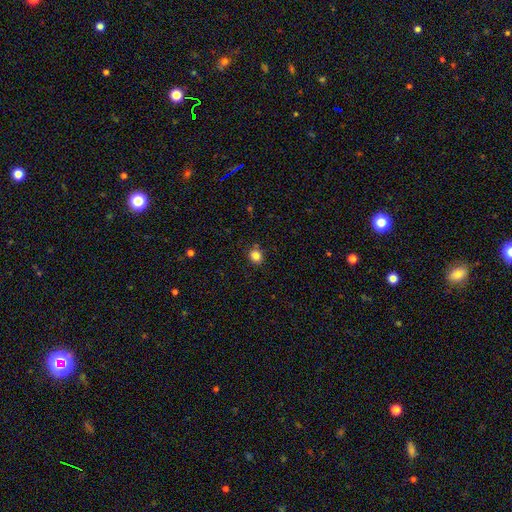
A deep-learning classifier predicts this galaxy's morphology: Smooth or featured? smooth (84%)
How rounded? round (70%)
Merging? none (85%)